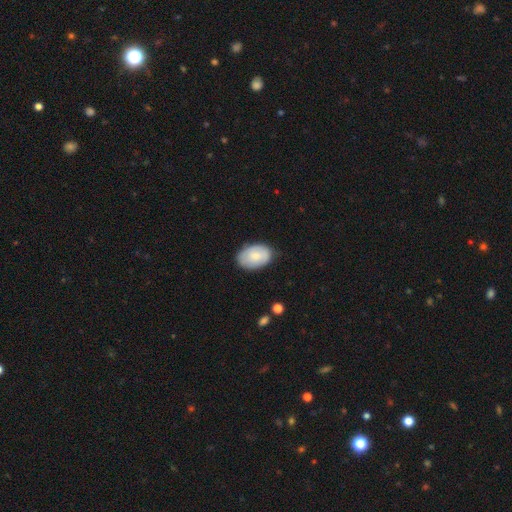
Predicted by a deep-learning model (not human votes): Q: Smooth or featured?
A: smooth (76%); runner-up: featured or disk (18%)
Q: How rounded?
A: in between (88%); runner-up: round (11%)
Q: Merging?
A: none (79%); runner-up: minor disturbance (16%)